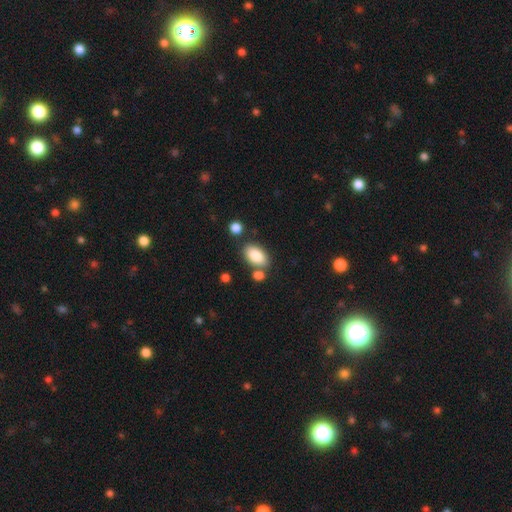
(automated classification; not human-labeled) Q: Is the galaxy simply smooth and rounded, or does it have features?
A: smooth — 86%.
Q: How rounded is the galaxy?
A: in between — 93%.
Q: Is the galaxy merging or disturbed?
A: none — 69%.